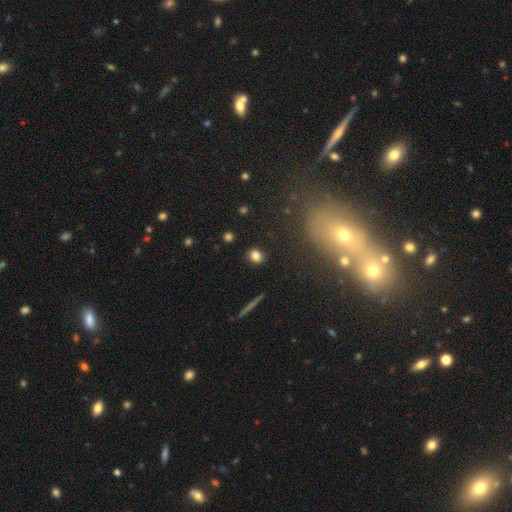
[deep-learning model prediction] smooth_or_featured: smooth (p=0.82) [alt: star or artifact p=0.11]
how_rounded: round (p=0.59) [alt: in between p=0.39]
merging: none (p=0.88) [alt: minor disturbance p=0.08]